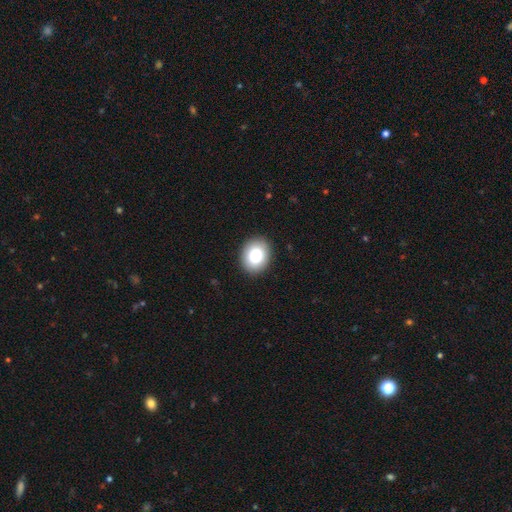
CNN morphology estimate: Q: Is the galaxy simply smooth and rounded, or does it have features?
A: smooth — 84%.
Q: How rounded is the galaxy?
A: in between — 50%.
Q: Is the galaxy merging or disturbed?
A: none — 90%.